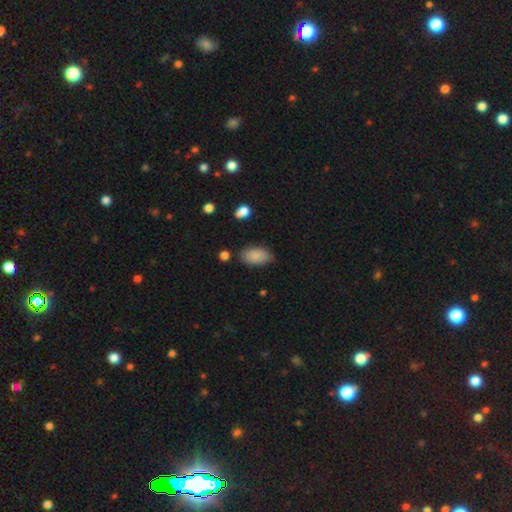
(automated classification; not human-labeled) This appears to be a smooth galaxy with no disk features (87%) that is in between round and cigar-shaped (94%). Merging: none (77%).